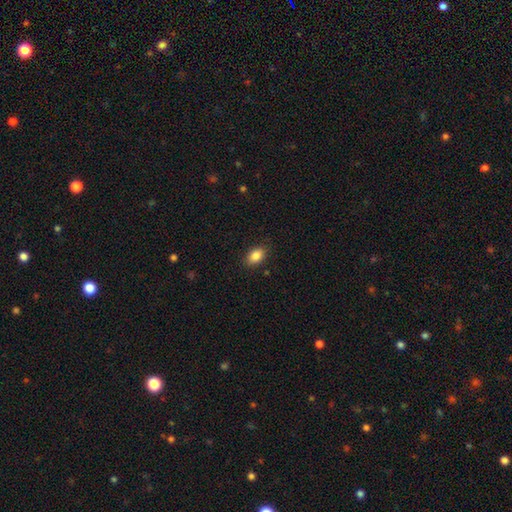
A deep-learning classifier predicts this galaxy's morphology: The model was most divided on "how rounded": in between: 86%, round: 12%, cigar-shaped: 2%. More confident: smooth or featured — smooth (87%); merging — none (86%).